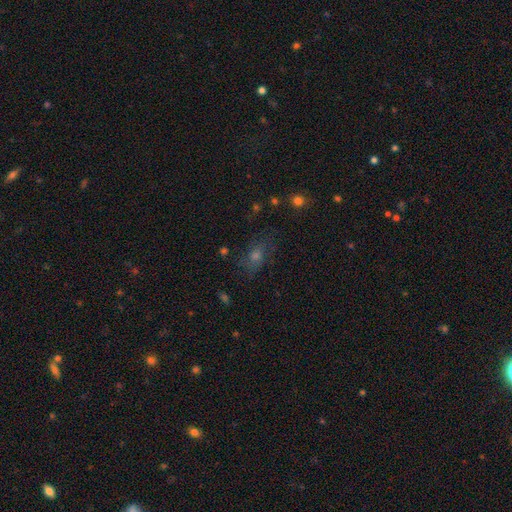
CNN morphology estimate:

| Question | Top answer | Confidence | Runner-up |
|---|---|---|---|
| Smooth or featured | smooth | 41% | star or artifact (31%) |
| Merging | none | 72% | minor disturbance (17%) |